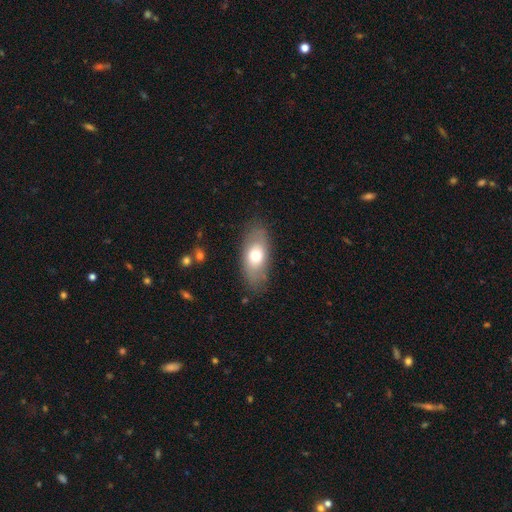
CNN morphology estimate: A smooth galaxy with no disk features (66%) that is in between round and cigar-shaped (87%).

Vote fractions:
- Smooth or featured? smooth: 66% / featured or disk: 26% / star or artifact: 7%
- How rounded? in between: 87% / cigar-shaped: 7% / round: 6%
- Merging? none: 81% / minor disturbance: 14% / major disturbance: 4% / merger: 1%